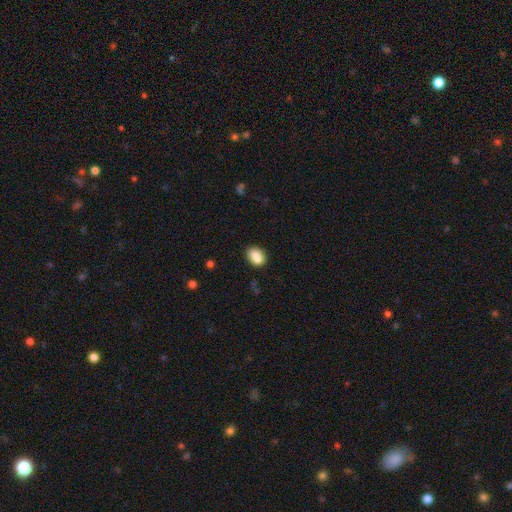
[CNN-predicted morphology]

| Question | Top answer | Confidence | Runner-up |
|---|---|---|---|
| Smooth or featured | smooth | 83% | star or artifact (9%) |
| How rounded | in between | 71% | round (27%) |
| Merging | none | 66% | minor disturbance (16%) |